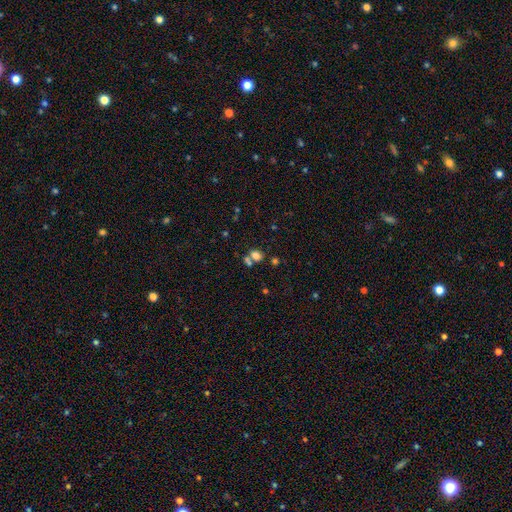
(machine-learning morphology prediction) type=smooth (74%); roundness=in between (58%); merging=none (47%).